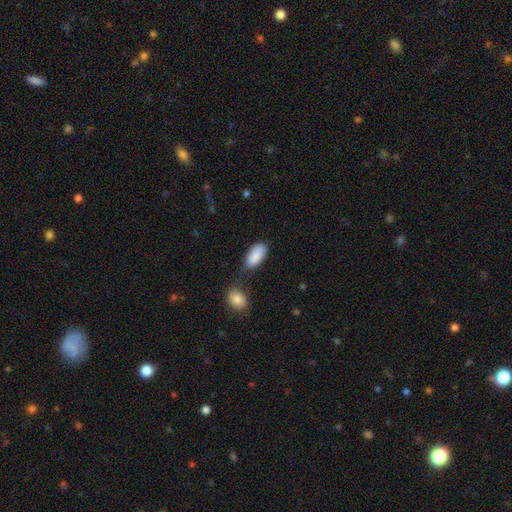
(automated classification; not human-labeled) The model was most divided on "merging": none: 59%, minor disturbance: 20%, merger: 15%, major disturbance: 6%. More confident: how rounded — in between (92%); smooth or featured — smooth (89%).